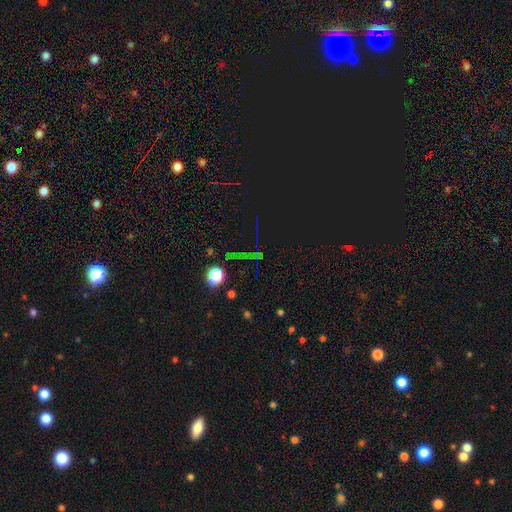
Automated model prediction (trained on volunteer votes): star or artifact 73%, smooth 16%, featured or disk 10%.